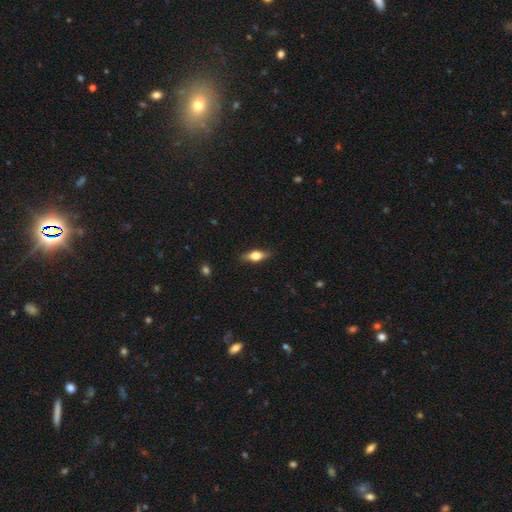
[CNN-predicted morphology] Smooth or featured?
  - smooth: 54% *
  - featured or disk: 39%
  - star or artifact: 7%
How rounded?
  - in between: 64% *
  - cigar-shaped: 31%
  - round: 5%
Merging?
  - none: 86% *
  - minor disturbance: 11%
  - major disturbance: 2%
  - merger: 1%